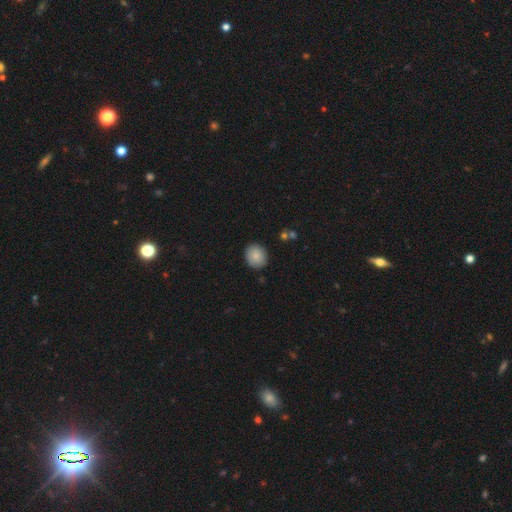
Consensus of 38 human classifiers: Smooth or featured? smooth (97%)
How rounded? round (59%)
Merging? none (92%)